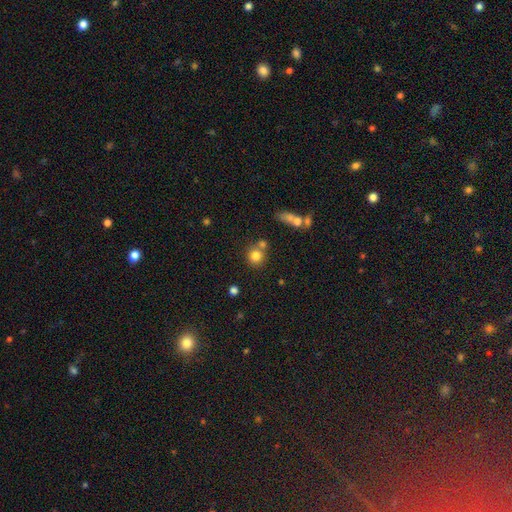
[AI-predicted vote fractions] smooth-or-featured: smooth: 79% | star or artifact: 12% | featured or disk: 9%
  how-rounded: round: 90% | in between: 9% | cigar-shaped: 1%
  merging: none: 64% | merger: 24% | minor disturbance: 9% | major disturbance: 4%